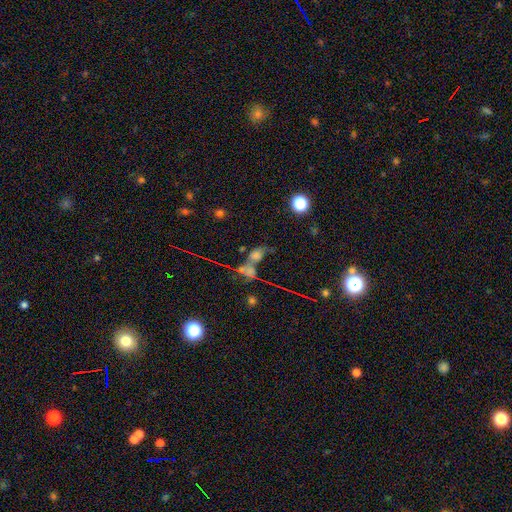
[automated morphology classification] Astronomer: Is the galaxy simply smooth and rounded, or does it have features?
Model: smooth — 49% (runner-up: star or artifact, 29%).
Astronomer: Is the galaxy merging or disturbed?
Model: merger — 48% (runner-up: none, 26%).